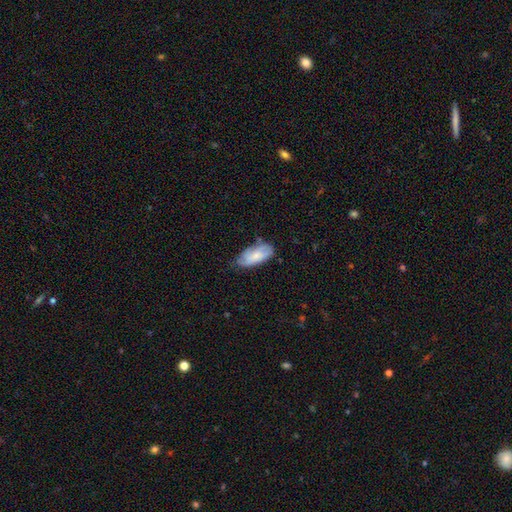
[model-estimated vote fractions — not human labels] smooth_or_featured: smooth (p=0.70) [alt: featured or disk p=0.24]
how_rounded: in between (p=0.89) [alt: cigar-shaped p=0.09]
merging: none (p=0.54) [alt: minor disturbance p=0.36]